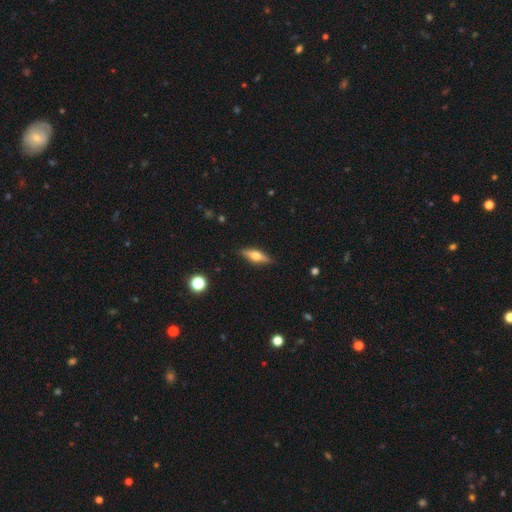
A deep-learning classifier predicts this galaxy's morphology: Overall: featured or disk (50%; smooth 43%). Edge-on disk: yes (91%). Merging: none (87%).